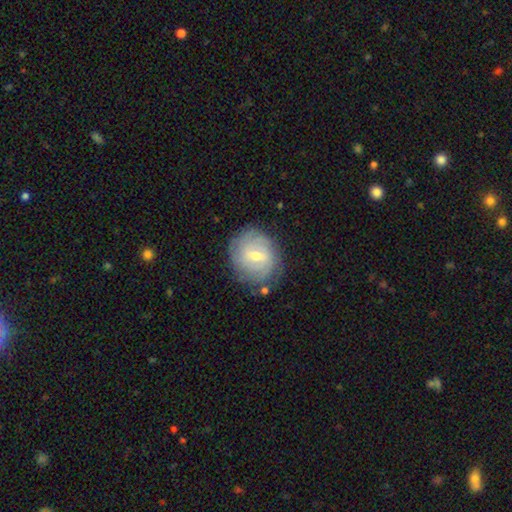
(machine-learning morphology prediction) This is likely a featured or disk galaxy (65%). It is clearly not viewed edge-on (96%). Bar: likely weak (60%). Spiral arm pattern: clearly yes (81%). Spiral arm count: possibly can't tell (51%). Spiral winding: likely tight (65%). Central bulge: possibly moderate (54%). Merging: likely none (76%).